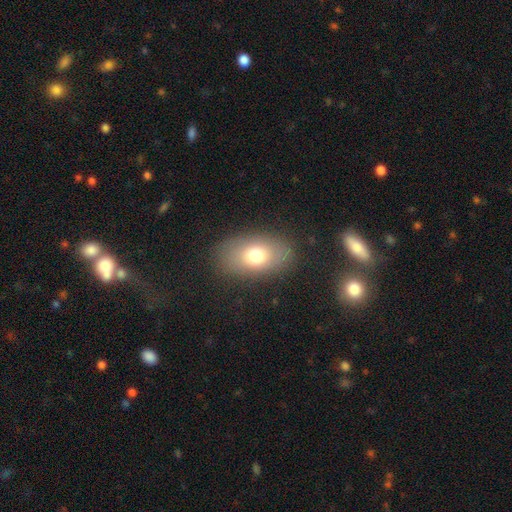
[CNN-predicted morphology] smooth_or_featured: smooth (p=0.73) [alt: featured or disk p=0.17]
how_rounded: in between (p=0.87) [alt: round p=0.11]
merging: none (p=0.84) [alt: minor disturbance p=0.11]